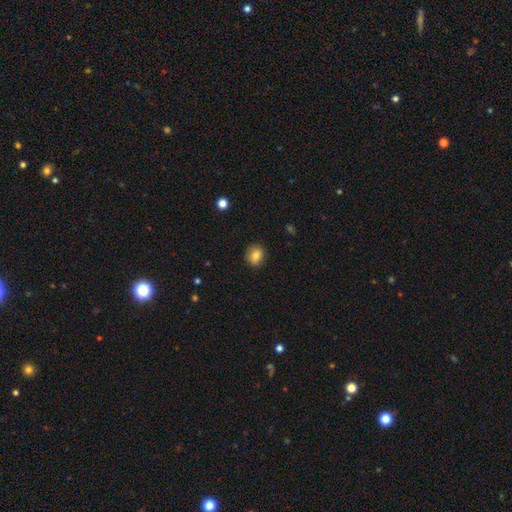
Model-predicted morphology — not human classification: Smooth or featured?
  - smooth: 82% *
  - star or artifact: 10%
  - featured or disk: 9%
How rounded?
  - round: 67% *
  - in between: 32%
  - cigar-shaped: 1%
Merging?
  - none: 87% *
  - minor disturbance: 10%
  - major disturbance: 2%
  - merger: 1%